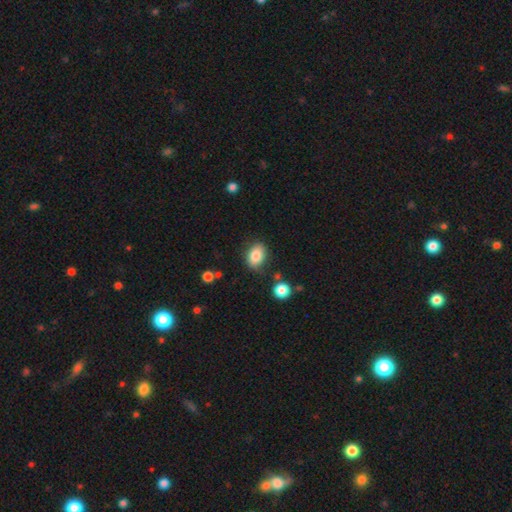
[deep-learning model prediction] smooth-or-featured: smooth: 84% | star or artifact: 9% | featured or disk: 8%
  how-rounded: in between: 79% | round: 19% | cigar-shaped: 1%
  merging: none: 79% | minor disturbance: 14% | merger: 4% | major disturbance: 4%